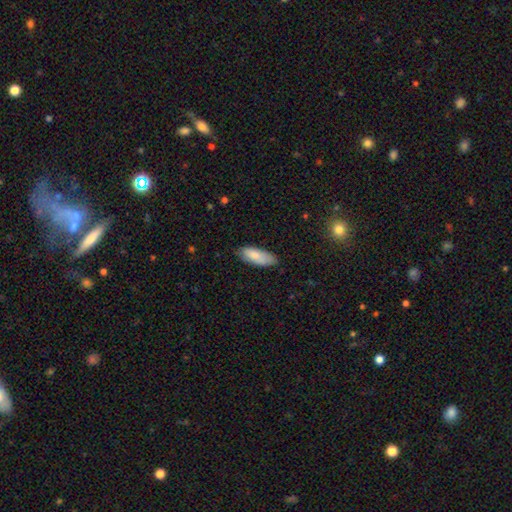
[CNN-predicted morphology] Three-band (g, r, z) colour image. It shows a smooth galaxy with no disk features (82%) that is in between round and cigar-shaped (74%). Merging: none (74%).